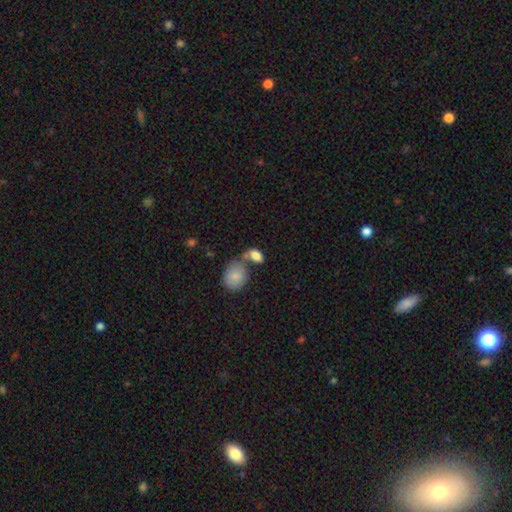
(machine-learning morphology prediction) Smooth or featured? smooth (83%)
How rounded? in between (85%)
Merging? none (41%)